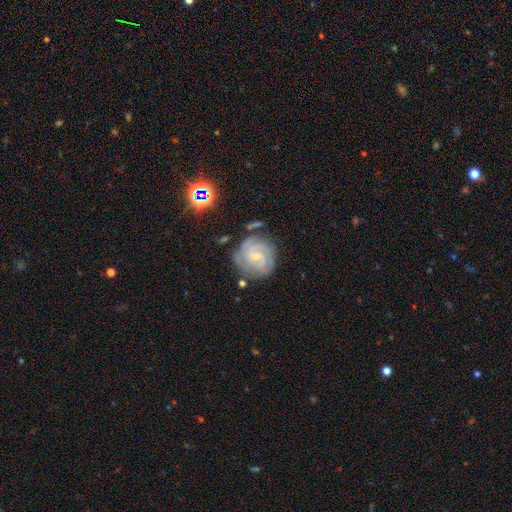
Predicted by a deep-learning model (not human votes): Morphology: type=featured or disk (85%); edge-on=no (98%); bar=no (57%); spiral arms=yes (97%); winding=tight (74%); arm count=2 (38%); bulge=small (75%); merging=none (71%).